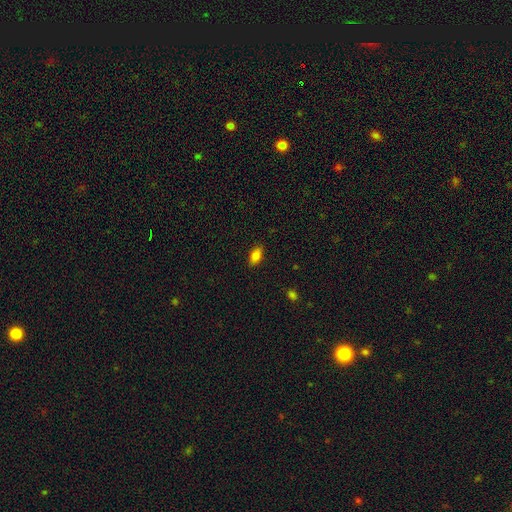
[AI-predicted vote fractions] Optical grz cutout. It shows a smooth galaxy with no disk features (83%) that is in between round and cigar-shaped (90%). Merging: none (87%).